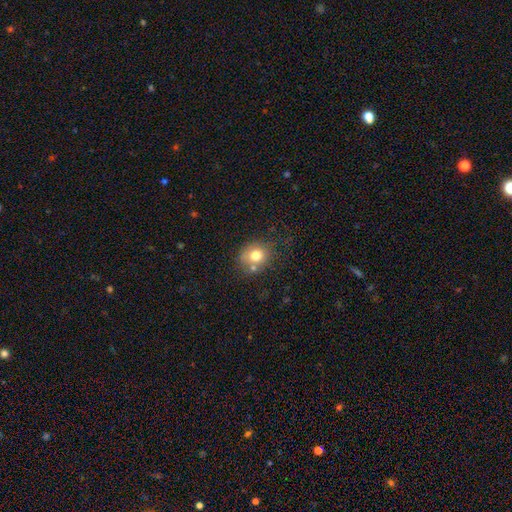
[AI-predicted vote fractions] Q: Smooth or featured?
A: smooth (75%); runner-up: featured or disk (14%)
Q: How rounded?
A: round (71%); runner-up: in between (28%)
Q: Merging?
A: none (62%); runner-up: minor disturbance (18%)